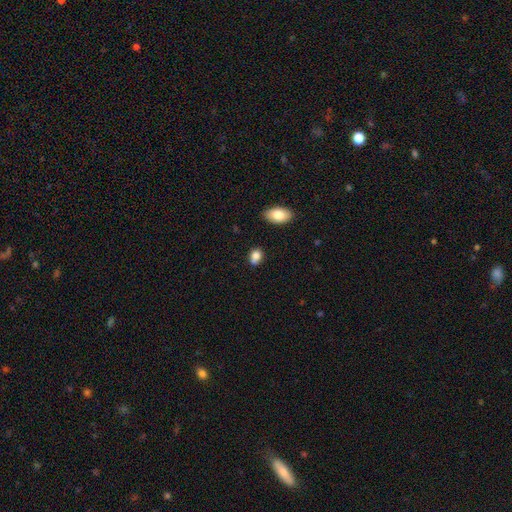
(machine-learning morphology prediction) A smooth galaxy with no disk features (82%) that is in between round and cigar-shaped (69%).

Vote fractions:
- Smooth or featured? smooth: 82% / star or artifact: 10% / featured or disk: 8%
- How rounded? in between: 69% / round: 30% / cigar-shaped: 2%
- Merging? none: 66% / minor disturbance: 20% / merger: 8% / major disturbance: 5%